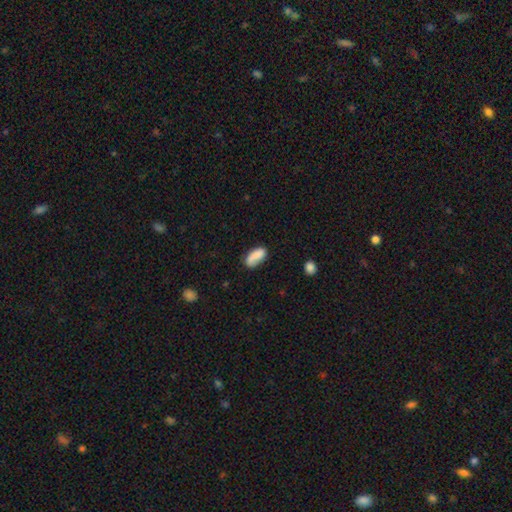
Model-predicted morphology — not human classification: type=smooth (79%); roundness=in between (88%); merging=none (59%).